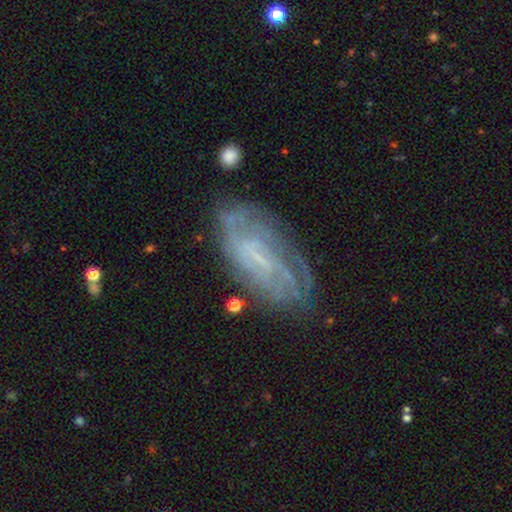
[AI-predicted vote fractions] Smooth or featured?
  - featured or disk: 73% *
  - smooth: 19%
  - star or artifact: 9%
Edge-on disk?
  - no: 93% *
  - yes: 7%
Bar?
  - no: 46% *
  - weak: 42%
  - strong: 13%
Spiral arms?
  - yes: 80% *
  - no: 20%
Spiral winding?
  - tight: 55% *
  - medium: 32%
  - loose: 13%
Spiral arm count?
  - can't tell: 56% *
  - 2: 14%
  - 3: 11%
  - 4: 9%
  - more than 4: 5%
  - 1: 5%
Bulge size?
  - small: 49% *
  - none: 36%
  - moderate: 13%
  - large: 2%
  - dominant: 1%
Merging?
  - none: 65% *
  - minor disturbance: 21%
  - major disturbance: 11%
  - merger: 3%